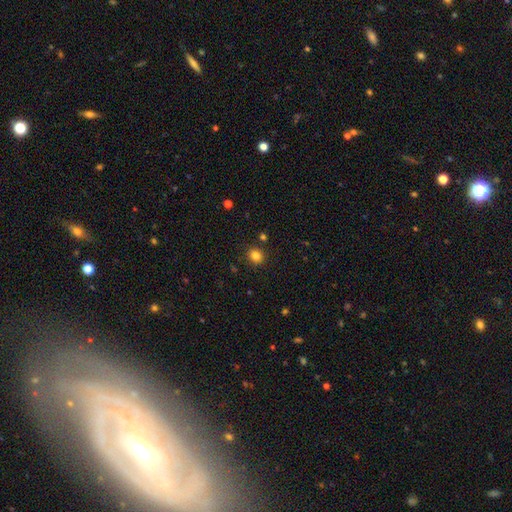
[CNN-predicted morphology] Smooth or featured? smooth (83%)
How rounded? round (72%)
Merging? none (87%)